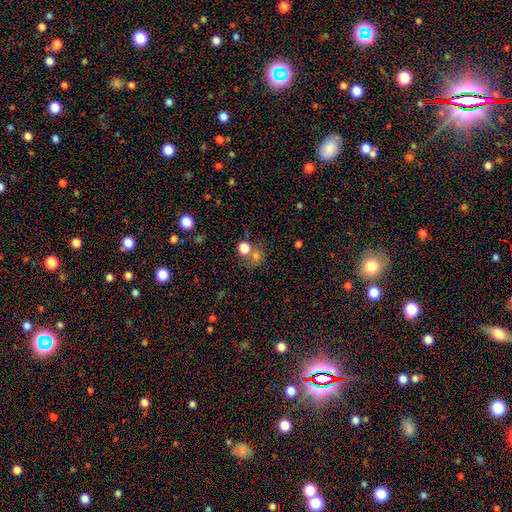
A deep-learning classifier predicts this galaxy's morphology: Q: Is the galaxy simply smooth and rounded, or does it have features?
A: smooth — 63%.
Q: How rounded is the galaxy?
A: round — 82%.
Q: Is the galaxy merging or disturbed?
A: none — 56%.